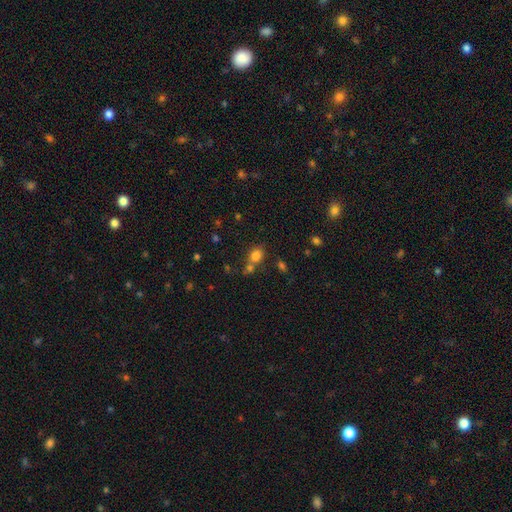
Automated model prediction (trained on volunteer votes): Q: Smooth or featured?
A: smooth (78%); runner-up: star or artifact (15%)
Q: How rounded?
A: in between (55%); runner-up: round (44%)
Q: Merging?
A: none (55%); runner-up: merger (27%)